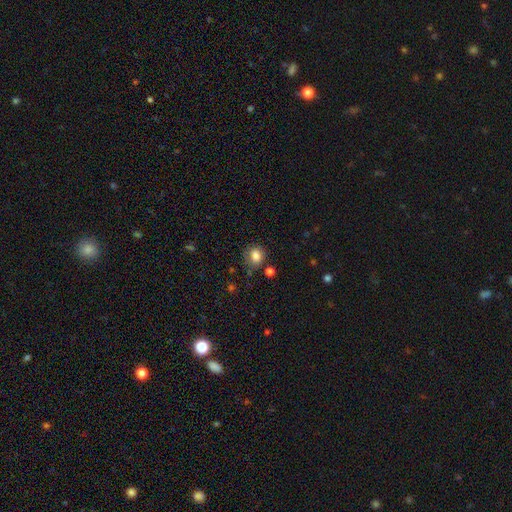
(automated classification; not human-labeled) This appears to be a smooth galaxy with no disk features (82%) that is round (71%). Merging: none (67%).